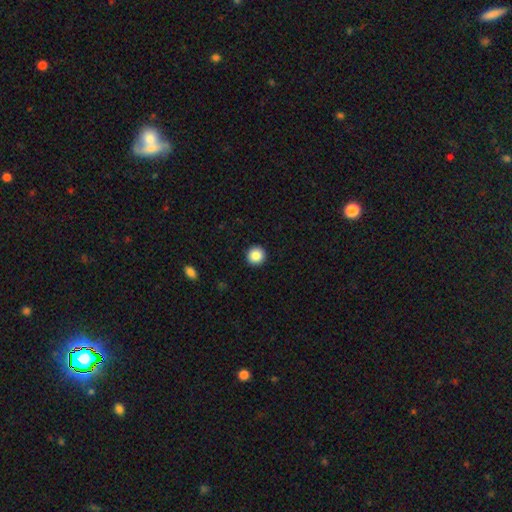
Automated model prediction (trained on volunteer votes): A smooth galaxy with no disk features (87%) that is round (96%).

Vote fractions:
- Smooth or featured? smooth: 87% / star or artifact: 9% / featured or disk: 4%
- How rounded? round: 96% / in between: 3% / cigar-shaped: 1%
- Merging? none: 94% / minor disturbance: 4% / major disturbance: 1% / merger: 1%